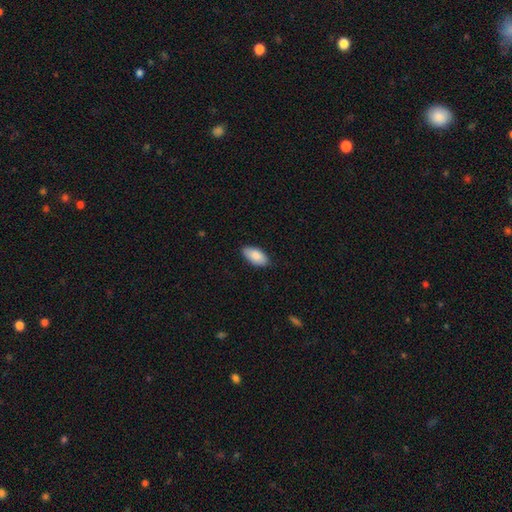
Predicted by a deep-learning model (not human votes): Smooth or featured? Predicted: smooth (p=0.88). How rounded? Predicted: in between (p=0.94). Merging? Predicted: none (p=0.85).